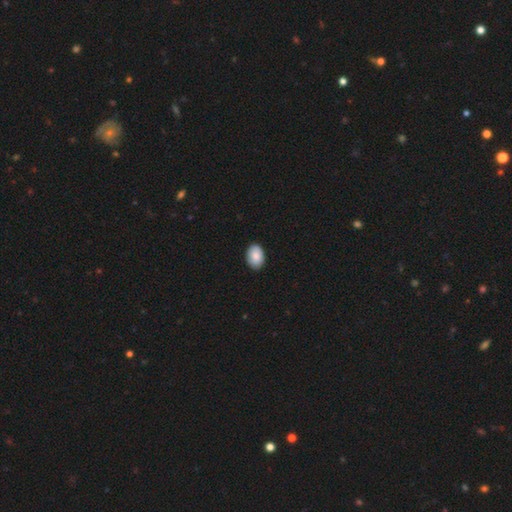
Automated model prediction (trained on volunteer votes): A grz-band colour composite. It shows a smooth galaxy with no disk features (88%) that is in between round and cigar-shaped (86%). Merging: none (90%).